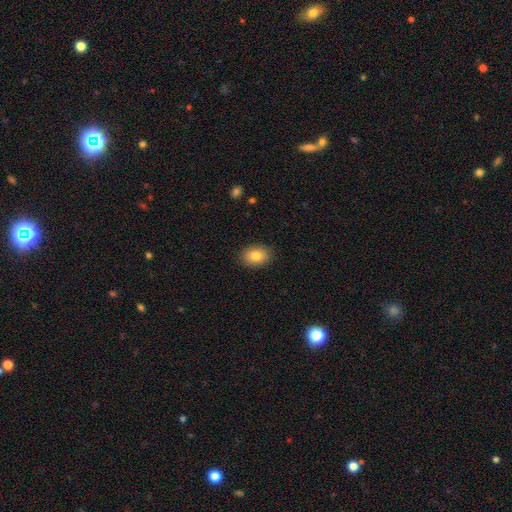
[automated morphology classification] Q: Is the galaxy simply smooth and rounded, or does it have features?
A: smooth — 83%.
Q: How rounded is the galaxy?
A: in between — 78%.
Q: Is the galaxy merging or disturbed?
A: none — 89%.